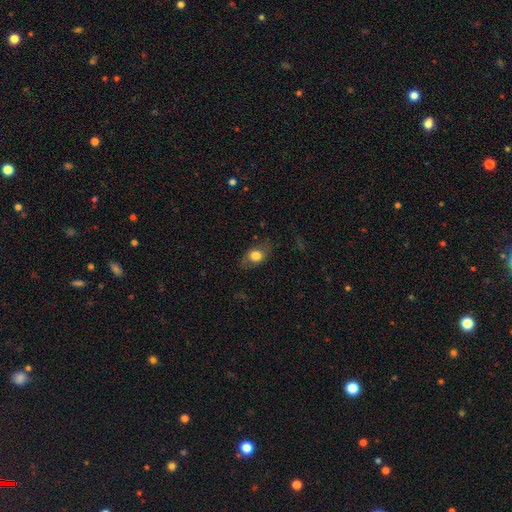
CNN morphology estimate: type=smooth (74%); roundness=in between (70%); merging=none (72%).